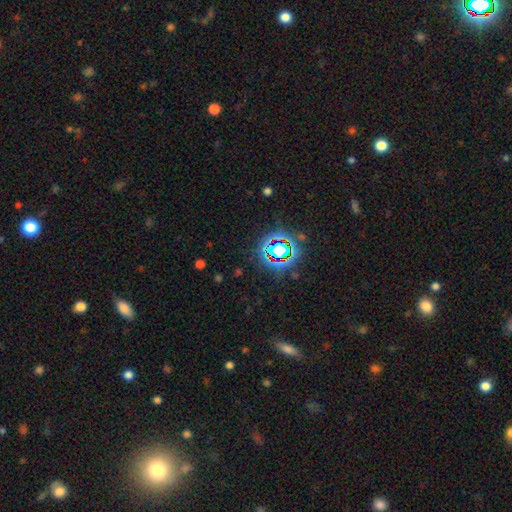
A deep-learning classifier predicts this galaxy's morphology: smooth_or_featured: star or artifact (p=0.70) [alt: smooth p=0.19]